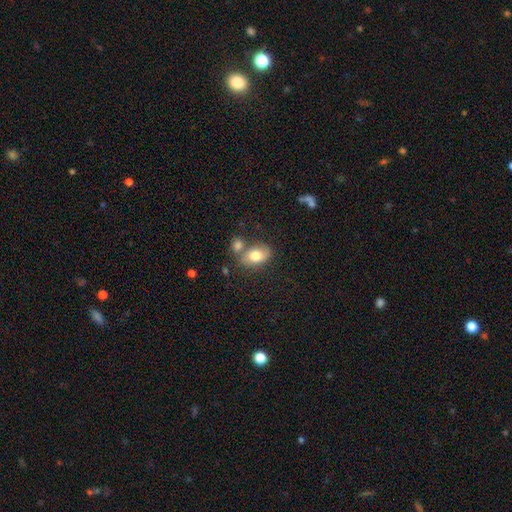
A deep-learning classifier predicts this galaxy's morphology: Smooth or featured: smooth — 75% (featured or disk — 17%)
How rounded: in between — 82% (round — 16%)
Merging: none — 53% (merger — 27%)